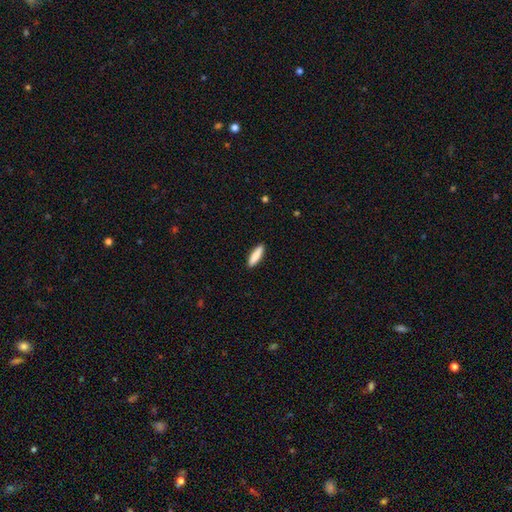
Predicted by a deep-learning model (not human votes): Q: Smooth or featured?
A: smooth (85%); runner-up: featured or disk (9%)
Q: How rounded?
A: cigar-shaped (69%); runner-up: in between (30%)
Q: Merging?
A: none (90%); runner-up: minor disturbance (7%)